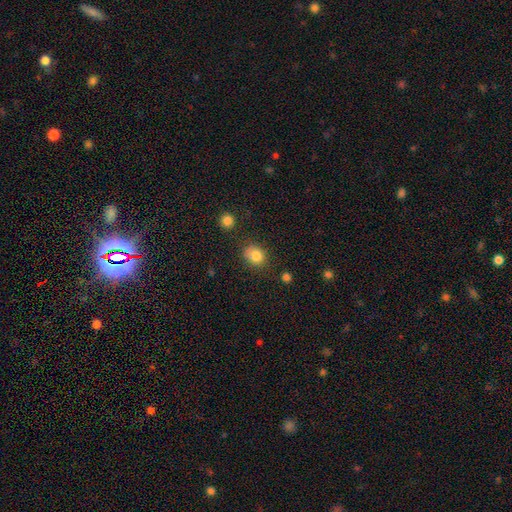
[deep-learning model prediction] Overall: smooth (82%). How rounded: round (58%; in between 41%). Merging: none (70%).